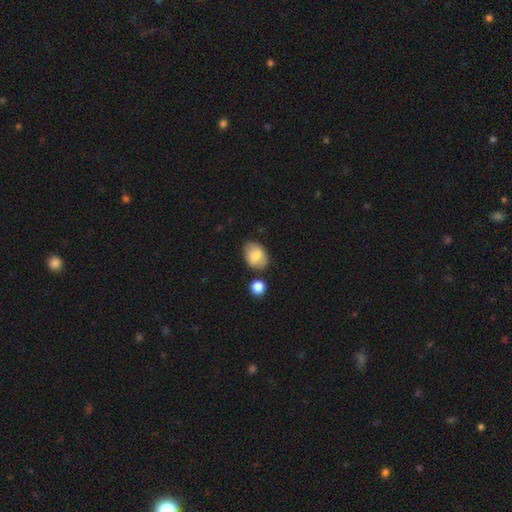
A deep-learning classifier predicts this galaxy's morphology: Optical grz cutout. It shows a smooth galaxy with no disk features (78%) that is in between round and cigar-shaped (78%). Merging: none (77%).